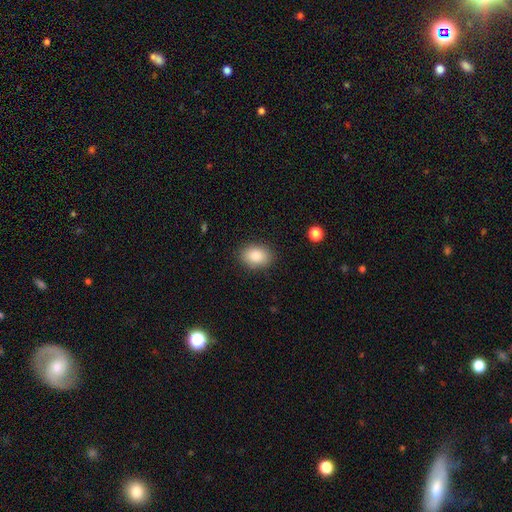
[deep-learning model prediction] This appears to be a smooth galaxy with no disk features (86%) that is in between round and cigar-shaped (75%). Merging: none (87%).